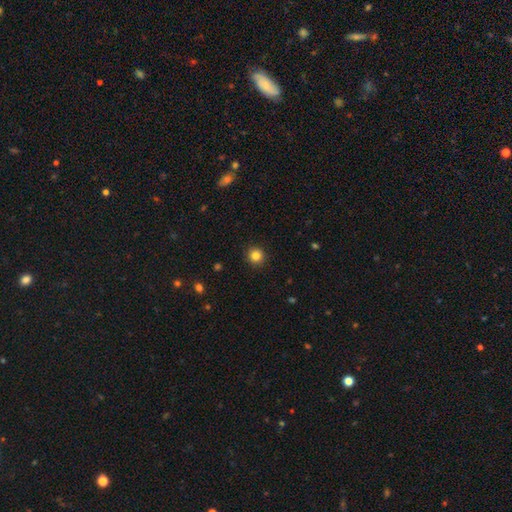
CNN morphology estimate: Q: Smooth or featured?
A: smooth (84%); runner-up: star or artifact (11%)
Q: How rounded?
A: round (94%); runner-up: in between (6%)
Q: Merging?
A: none (92%); runner-up: minor disturbance (5%)